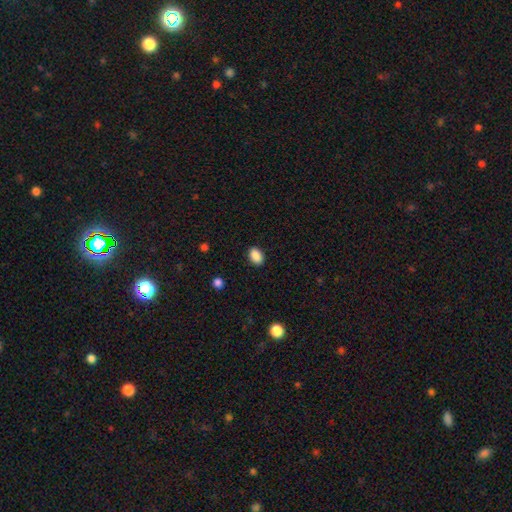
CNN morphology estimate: smooth-or-featured: smooth: 89% | star or artifact: 8% | featured or disk: 3%
  how-rounded: in between: 83% | round: 15% | cigar-shaped: 1%
  merging: none: 89% | minor disturbance: 8% | major disturbance: 2% | merger: 1%